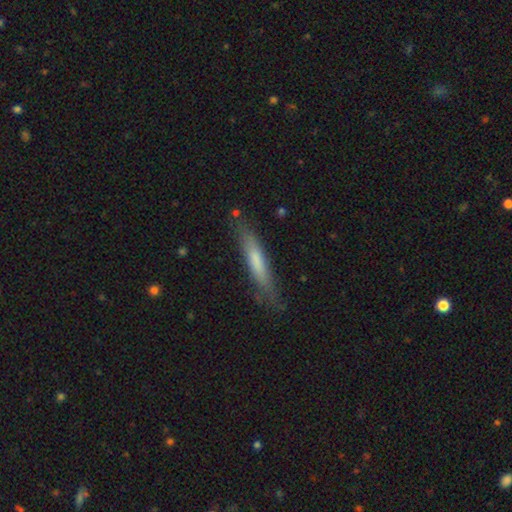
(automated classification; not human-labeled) Smooth or featured? smooth (48%)
Merging? none (81%)